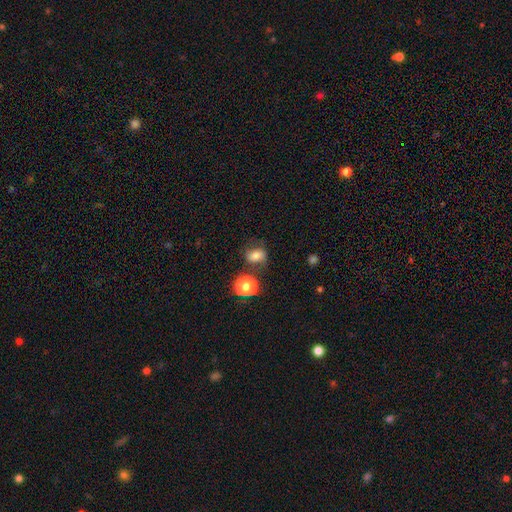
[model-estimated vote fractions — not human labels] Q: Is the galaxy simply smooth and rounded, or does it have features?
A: smooth — 75%.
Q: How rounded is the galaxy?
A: in between — 61%.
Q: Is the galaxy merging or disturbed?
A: none — 61%.